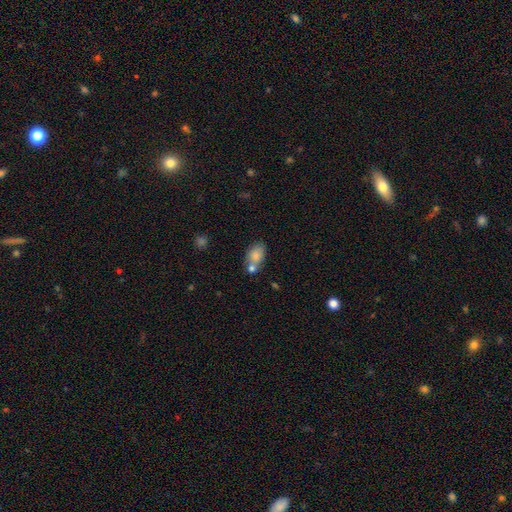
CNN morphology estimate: smooth-or-featured: smooth: 80% | featured or disk: 12% | star or artifact: 8%
  how-rounded: in between: 86% | round: 12% | cigar-shaped: 2%
  merging: none: 48% | merger: 32% | minor disturbance: 16% | major disturbance: 5%